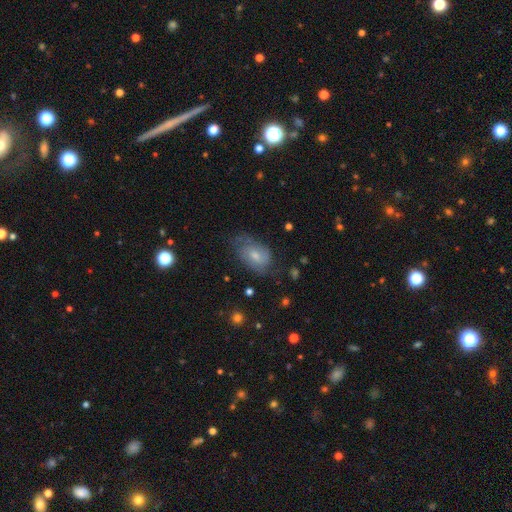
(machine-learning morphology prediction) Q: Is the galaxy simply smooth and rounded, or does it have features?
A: featured or disk — 50%.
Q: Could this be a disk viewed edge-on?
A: no — 95%.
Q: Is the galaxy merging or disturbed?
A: none — 54%.